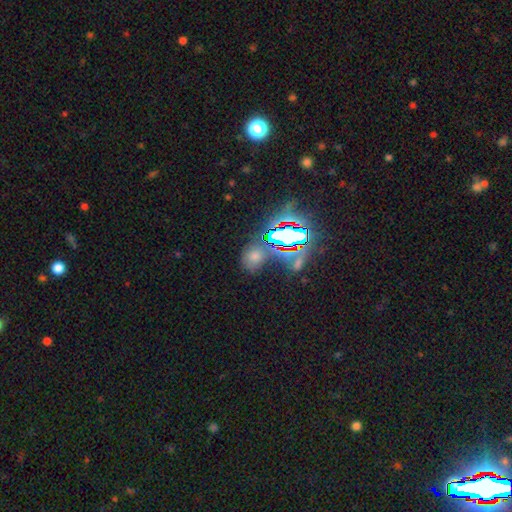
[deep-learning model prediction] Morphology: type=star or artifact (58%).